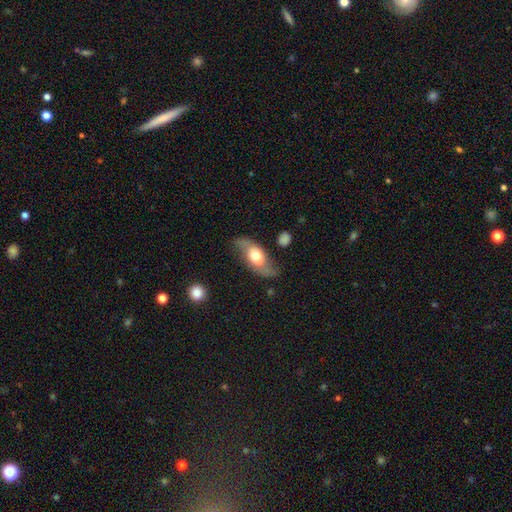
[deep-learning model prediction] Smooth or featured: featured or disk — 56% (smooth — 38%)
Edge-on disk: no — 81% (yes — 19%)
Merging: none — 61% (minor disturbance — 22%)